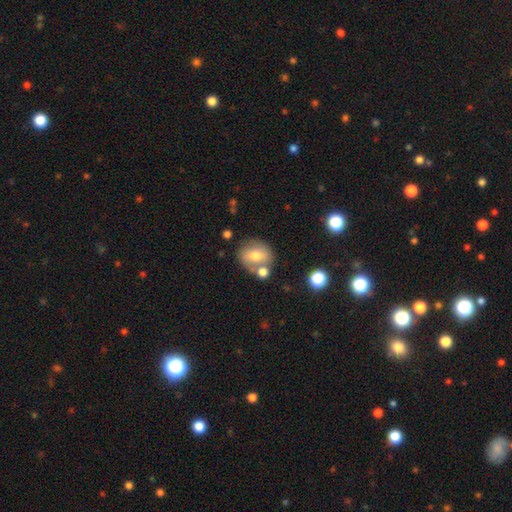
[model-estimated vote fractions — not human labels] Smooth or featured? smooth (62%)
How rounded? round (60%)
Merging? none (61%)